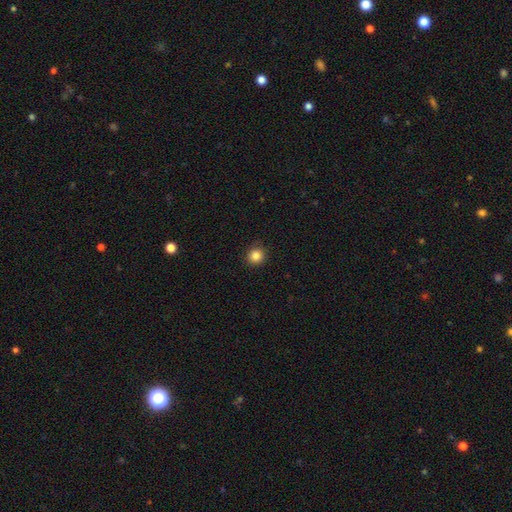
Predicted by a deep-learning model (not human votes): A smooth galaxy with no disk features (85%) that is round (93%).

Vote fractions:
- Smooth or featured? smooth: 85% / star or artifact: 11% / featured or disk: 4%
- How rounded? round: 93% / in between: 6% / cigar-shaped: 1%
- Merging? none: 89% / minor disturbance: 8% / major disturbance: 2% / merger: 1%